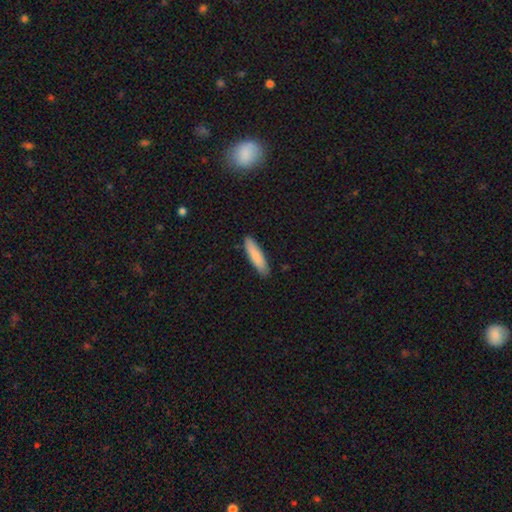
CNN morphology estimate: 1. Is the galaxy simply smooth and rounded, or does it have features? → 85% smooth, 9% featured or disk, 5% star or artifact.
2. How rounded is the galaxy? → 75% cigar-shaped, 23% in between, 1% round.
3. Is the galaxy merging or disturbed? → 88% none, 9% minor disturbance, 2% major disturbance, 1% merger.